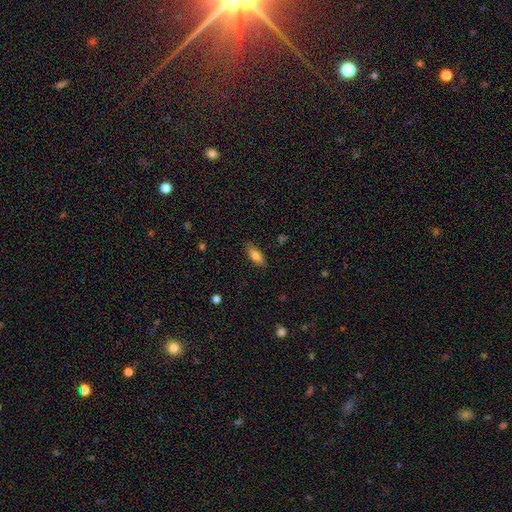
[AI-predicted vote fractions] Morphology: type=smooth (77%); roundness=in between (70%); merging=none (84%).